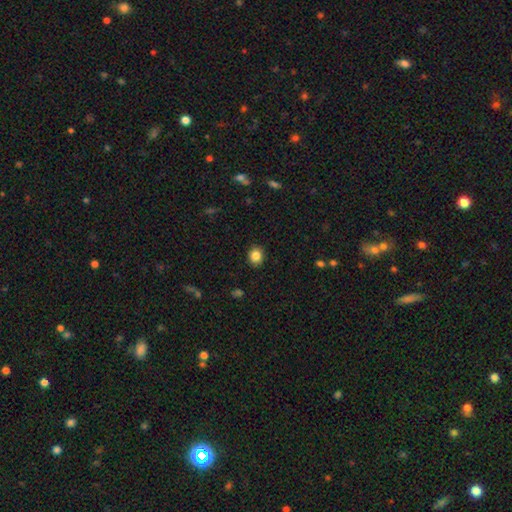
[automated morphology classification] The model was most divided on "how rounded": round: 72%, in between: 28%, cigar-shaped: 1%. More confident: merging — none (90%); smooth or featured — smooth (85%).